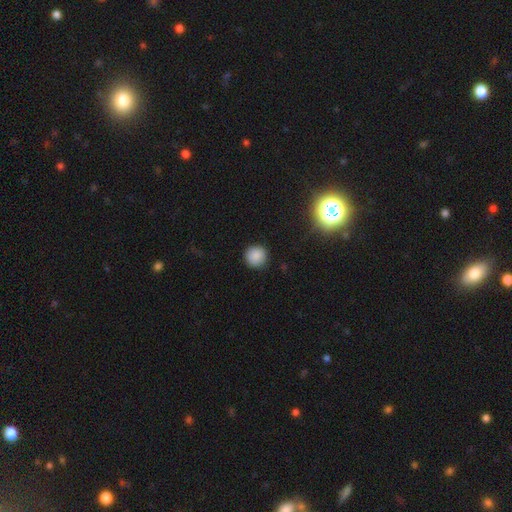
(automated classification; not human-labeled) smooth-or-featured: smooth: 85% | star or artifact: 10% | featured or disk: 4%
  how-rounded: round: 94% | in between: 5% | cigar-shaped: 1%
  merging: none: 90% | minor disturbance: 7% | major disturbance: 2% | merger: 1%